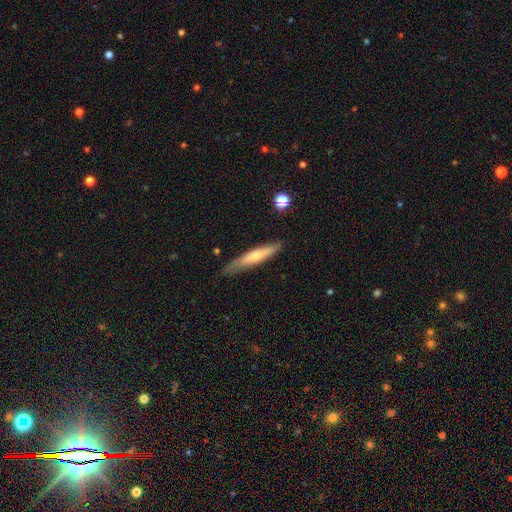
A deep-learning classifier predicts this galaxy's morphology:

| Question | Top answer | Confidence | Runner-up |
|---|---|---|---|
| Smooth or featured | smooth | 55% | featured or disk (39%) |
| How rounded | cigar-shaped | 90% | in between (9%) |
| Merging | none | 83% | minor disturbance (13%) |